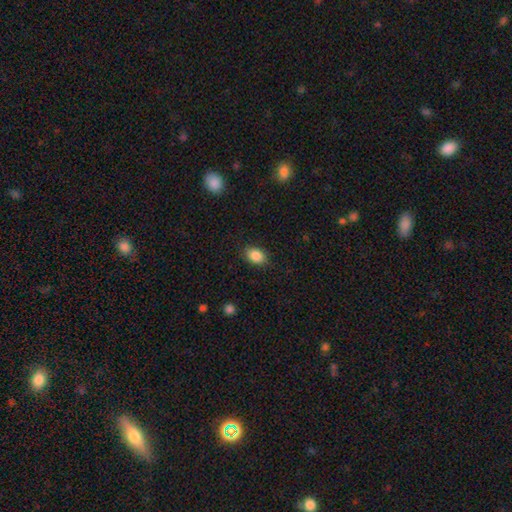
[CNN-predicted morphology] smooth-or-featured: smooth: 87% | star or artifact: 8% | featured or disk: 5%
  how-rounded: in between: 78% | round: 20% | cigar-shaped: 1%
  merging: none: 86% | minor disturbance: 11% | major disturbance: 3% | merger: 1%